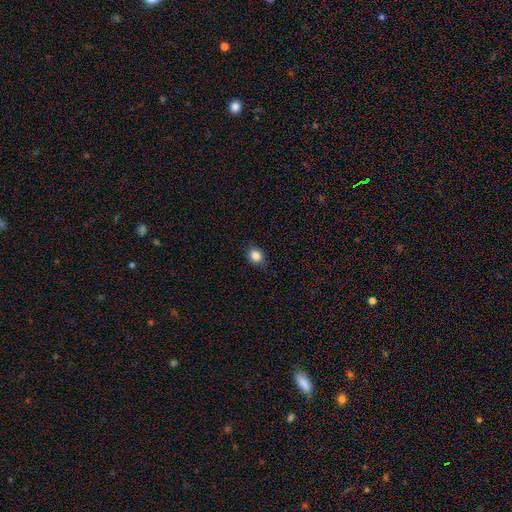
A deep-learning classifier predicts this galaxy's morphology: Overall: smooth (86%). How rounded: in between (56%; round 43%). Merging: none (87%).